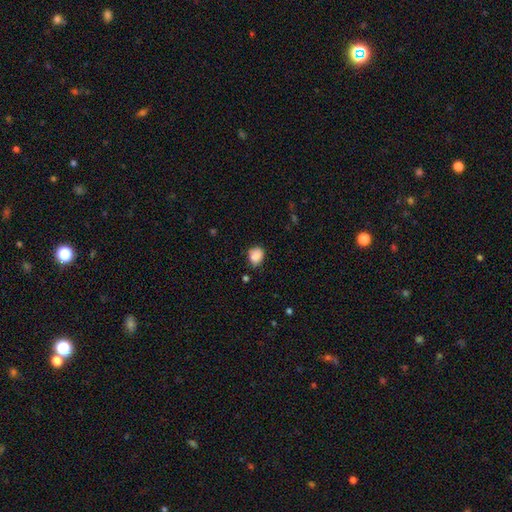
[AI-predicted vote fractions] A smooth galaxy with no disk features (87%) that is in between round and cigar-shaped (54%).

Vote fractions:
- Smooth or featured? smooth: 87% / star or artifact: 9% / featured or disk: 4%
- How rounded? in between: 54% / round: 45% / cigar-shaped: 1%
- Merging? none: 69% / minor disturbance: 23% / major disturbance: 5% / merger: 3%